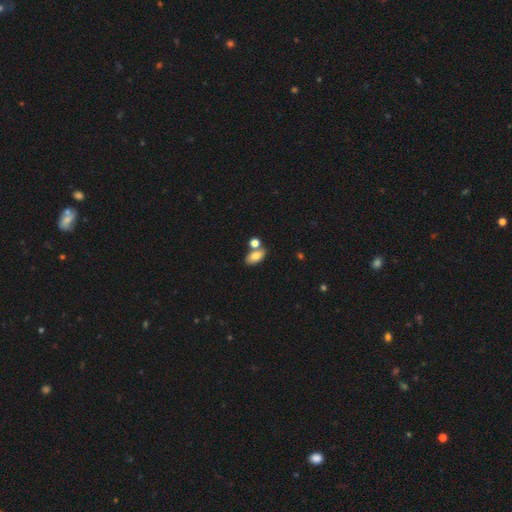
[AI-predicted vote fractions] Smooth or featured? Predicted: smooth (p=0.78). How rounded? Predicted: in between (p=0.90). Merging? Predicted: none (p=0.56).